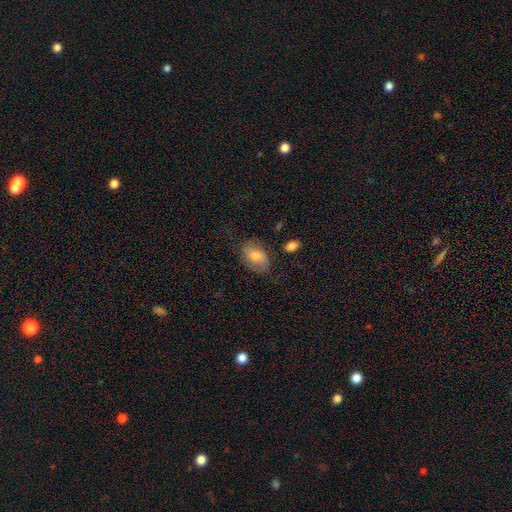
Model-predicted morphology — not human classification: This appears to be a smooth galaxy with no disk features (63%) that is in between round and cigar-shaped (81%). Merging: none (66%).